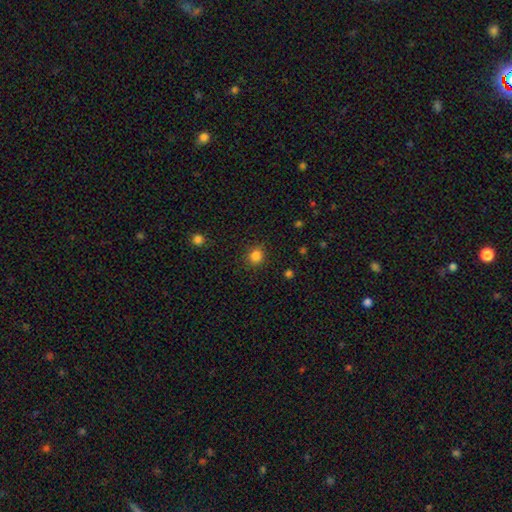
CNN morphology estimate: This appears to be a smooth galaxy with no disk features (84%) that is round (84%). Merging: none (88%).